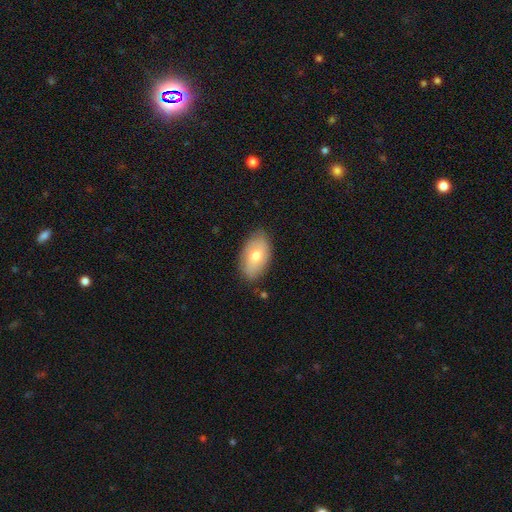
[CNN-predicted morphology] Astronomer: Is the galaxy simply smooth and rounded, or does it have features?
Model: smooth — 66%.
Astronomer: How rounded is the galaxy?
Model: in between — 92%.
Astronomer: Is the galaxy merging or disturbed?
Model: none — 81%.